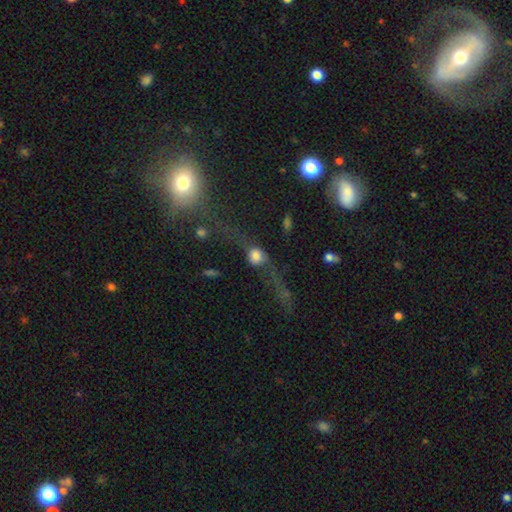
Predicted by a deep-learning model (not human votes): Smooth or featured?
  - featured or disk: 47% *
  - smooth: 40%
  - star or artifact: 13%
Merging?
  - none: 43% *
  - major disturbance: 28%
  - minor disturbance: 18%
  - merger: 10%